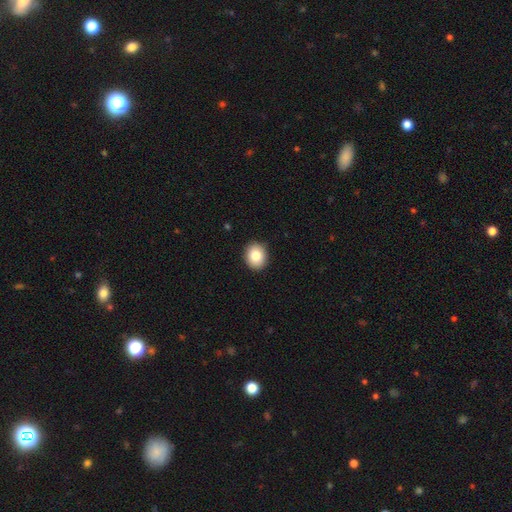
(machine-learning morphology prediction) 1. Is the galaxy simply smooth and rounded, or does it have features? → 83% smooth, 8% star or artifact, 8% featured or disk.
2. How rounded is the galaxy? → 64% round, 35% in between, 1% cigar-shaped.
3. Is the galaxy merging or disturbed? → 90% none, 7% minor disturbance, 2% major disturbance, 1% merger.